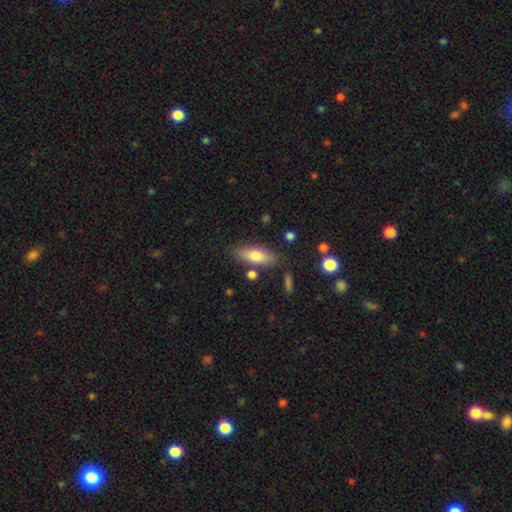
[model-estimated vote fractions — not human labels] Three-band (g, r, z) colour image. It shows a smooth galaxy with no disk features (72%) that is in between round and cigar-shaped (71%). Merging: none (78%).